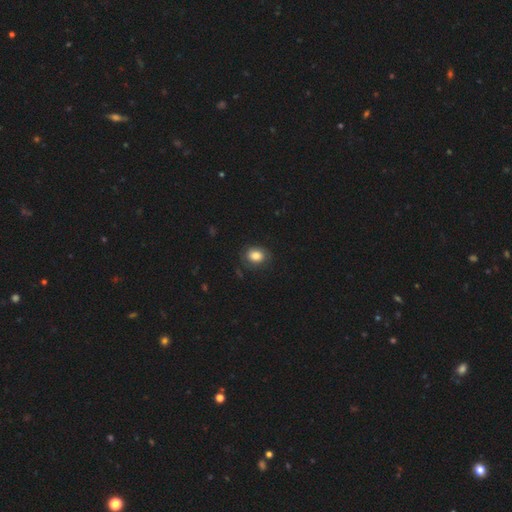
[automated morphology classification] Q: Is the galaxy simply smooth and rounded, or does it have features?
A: smooth — 82%.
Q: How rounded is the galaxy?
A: in between — 50%.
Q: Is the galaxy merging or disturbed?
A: none — 79%.